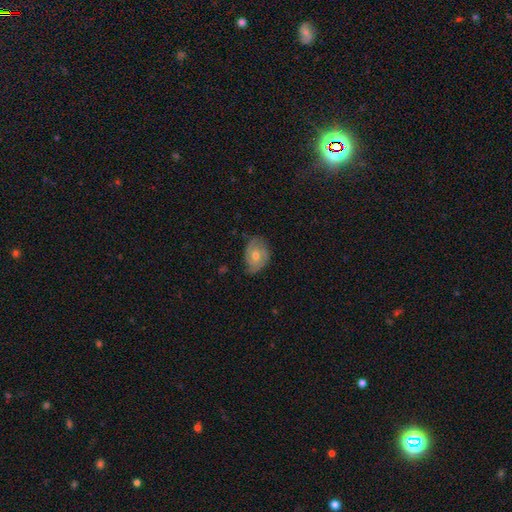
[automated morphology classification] A featured or disk galaxy (66%) with no bar (70%), 2 (52%) tight (57%) spiral arms (83%) and a moderate central bulge (66%).

Vote fractions:
- Smooth or featured? featured or disk: 66% / smooth: 26% / star or artifact: 9%
- Edge-on disk? no: 96% / yes: 4%
- Bar? no: 70% / weak: 26% / strong: 5%
- Spiral arms? yes: 83% / no: 17%
- Spiral winding? tight: 57% / medium: 34% / loose: 10%
- Spiral arm count? 2: 52% / can't tell: 27% / 3: 11% / 1: 4% / 4: 3% / more than 4: 3%
- Bulge size? moderate: 66% / small: 30% / large: 2% / none: 1% / dominant: 1%
- Merging? none: 73% / minor disturbance: 21% / major disturbance: 5% / merger: 1%